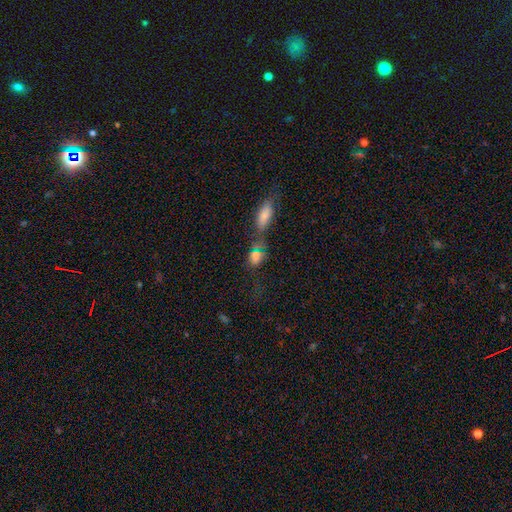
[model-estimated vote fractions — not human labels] The model was most divided on "merging": none: 44%, merger: 29%, minor disturbance: 16%, major disturbance: 11%. More confident: how rounded — in between (75%); smooth or featured — smooth (68%).